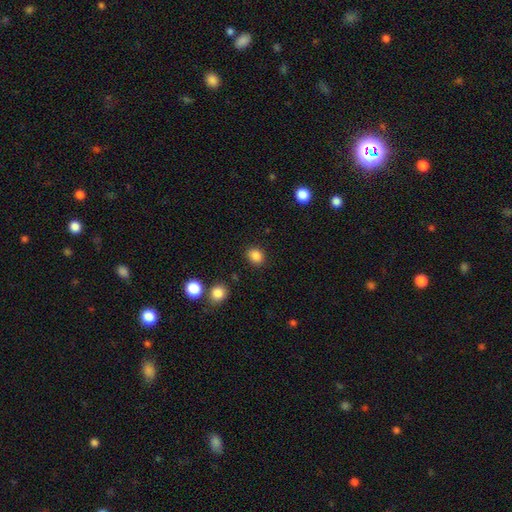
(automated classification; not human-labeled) smooth-or-featured: smooth: 86% | star or artifact: 11% | featured or disk: 4%
  how-rounded: round: 62% | in between: 37% | cigar-shaped: 1%
  merging: none: 86% | minor disturbance: 9% | major disturbance: 3% | merger: 2%